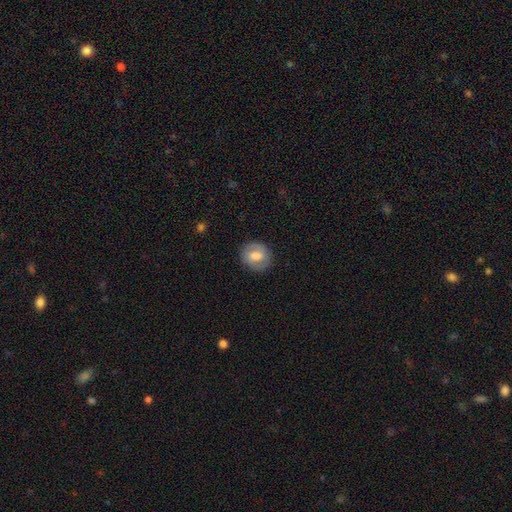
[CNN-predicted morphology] smooth-or-featured: smooth: 55% | featured or disk: 38% | star or artifact: 7%
  how-rounded: round: 72% | in between: 27% | cigar-shaped: 1%
  merging: none: 85% | minor disturbance: 10% | major disturbance: 4% | merger: 1%